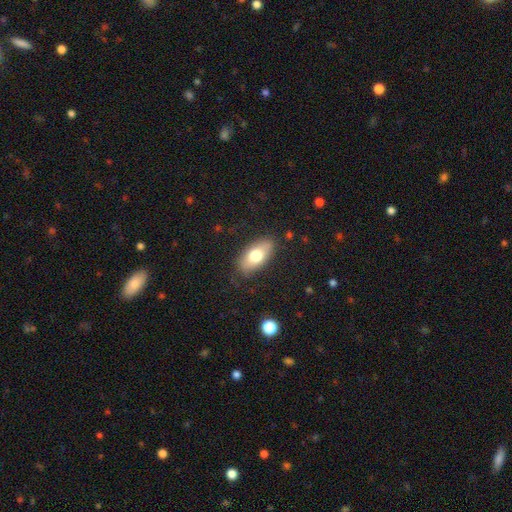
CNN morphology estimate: Smooth or featured? smooth (71%)
How rounded? in between (90%)
Merging? none (82%)